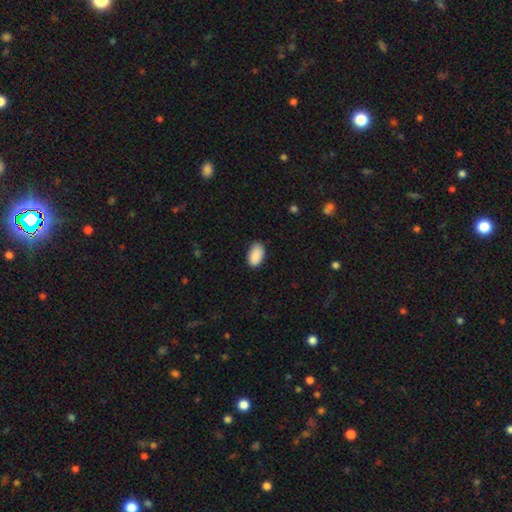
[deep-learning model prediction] Smooth or featured?
  - smooth: 90% *
  - star or artifact: 7%
  - featured or disk: 3%
How rounded?
  - in between: 94% *
  - round: 4%
  - cigar-shaped: 1%
Merging?
  - none: 82% *
  - minor disturbance: 15%
  - major disturbance: 2%
  - merger: 1%